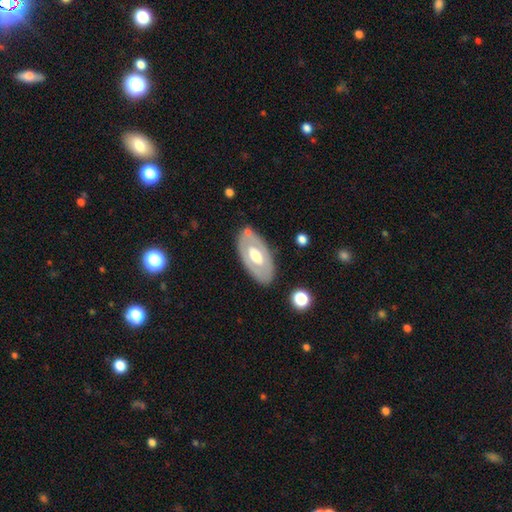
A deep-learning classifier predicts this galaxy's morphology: A featured or disk galaxy (57%). Merging: none (80%).